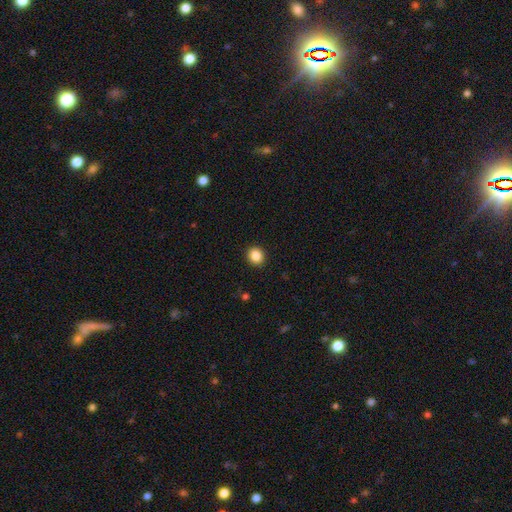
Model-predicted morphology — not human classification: Smooth or featured: smooth — 87% (star or artifact — 10%)
How rounded: round — 76% (in between — 23%)
Merging: none — 91% (minor disturbance — 6%)